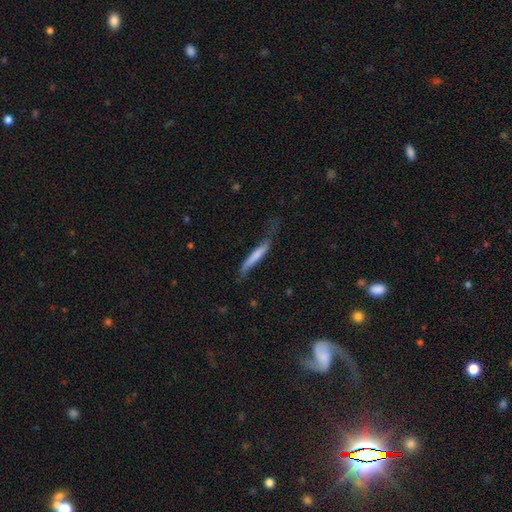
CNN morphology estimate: Smooth or featured: smooth — 63% (featured or disk — 32%)
How rounded: cigar-shaped — 92% (in between — 6%)
Merging: none — 47% (minor disturbance — 33%)